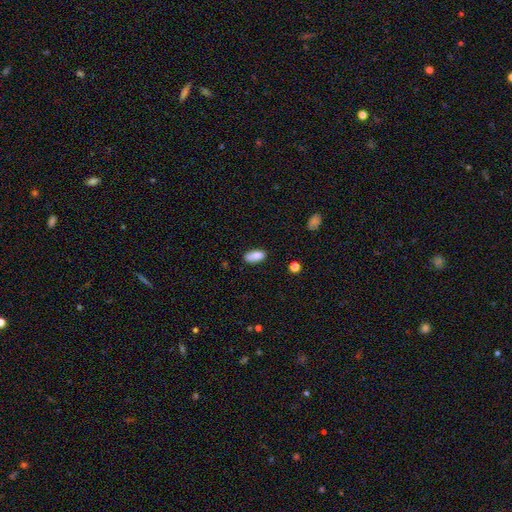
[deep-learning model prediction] This is clearly a smooth galaxy (85%). How rounded: clearly in between (88%). Merging: likely none (77%).